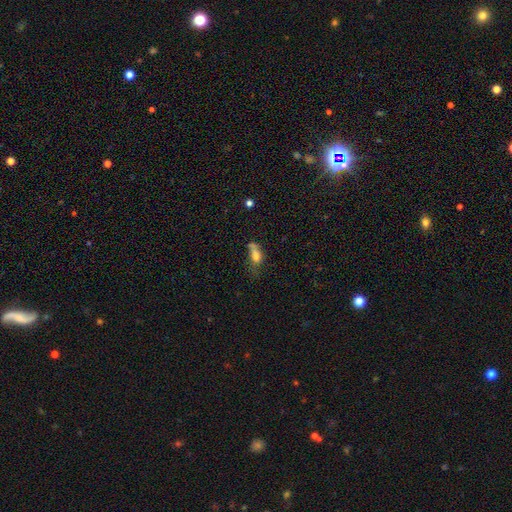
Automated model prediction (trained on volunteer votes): smooth-or-featured: smooth: 67% | featured or disk: 21% | star or artifact: 12%
  how-rounded: in between: 76% | round: 12% | cigar-shaped: 12%
  merging: major disturbance: 29% | none: 27% | minor disturbance: 23% | merger: 20%